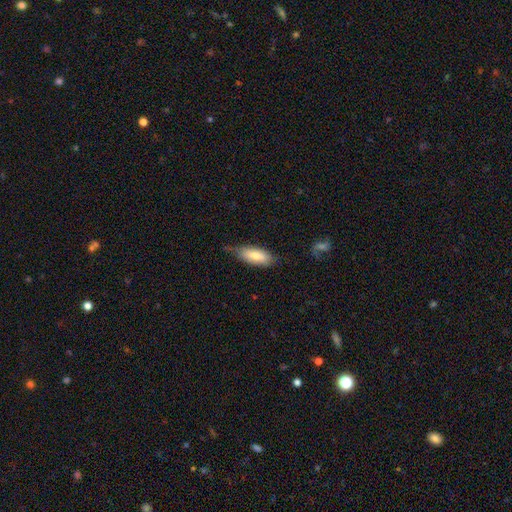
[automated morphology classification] Smooth or featured? Predicted: smooth (p=0.77). How rounded? Predicted: in between (p=0.74). Merging? Predicted: none (p=0.61).